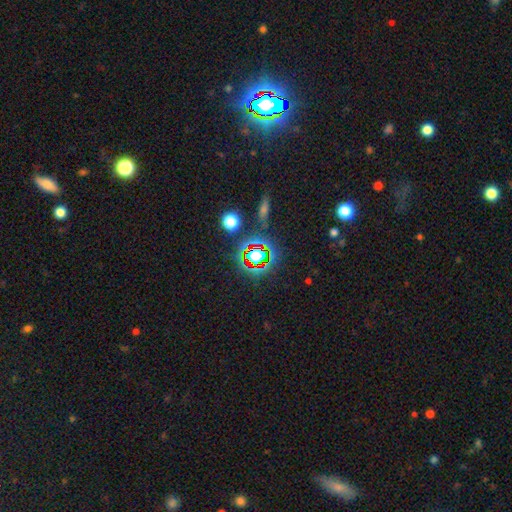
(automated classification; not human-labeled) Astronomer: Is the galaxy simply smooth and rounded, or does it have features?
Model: star or artifact — 67%.